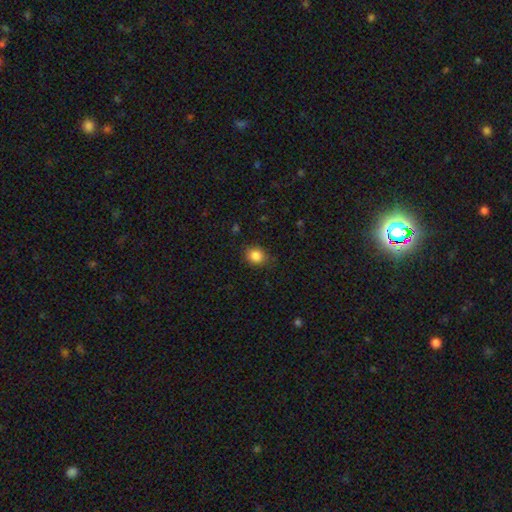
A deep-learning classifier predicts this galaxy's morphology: smooth_or_featured: smooth (p=0.85) [alt: star or artifact p=0.10]
how_rounded: round (p=0.61) [alt: in between p=0.38]
merging: none (p=0.80) [alt: minor disturbance p=0.15]